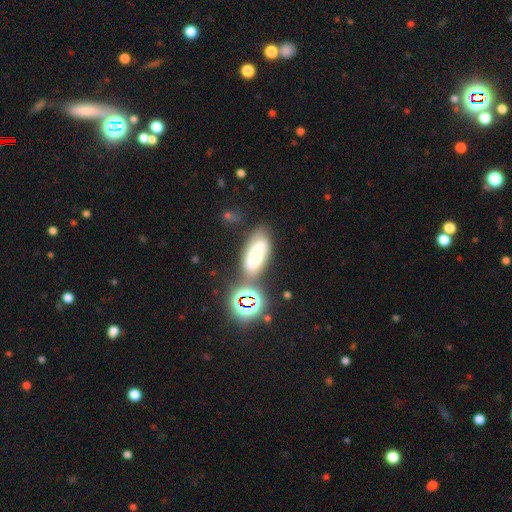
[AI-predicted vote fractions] smooth-or-featured: smooth: 48% | featured or disk: 34% | star or artifact: 18%
  merging: none: 51% | minor disturbance: 20% | merger: 18% | major disturbance: 10%